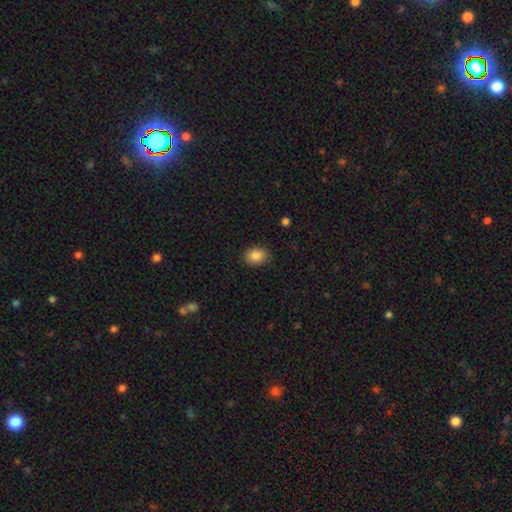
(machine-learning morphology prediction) This appears to be a smooth galaxy with no disk features (87%) that is in between round and cigar-shaped (64%). Merging: none (85%).